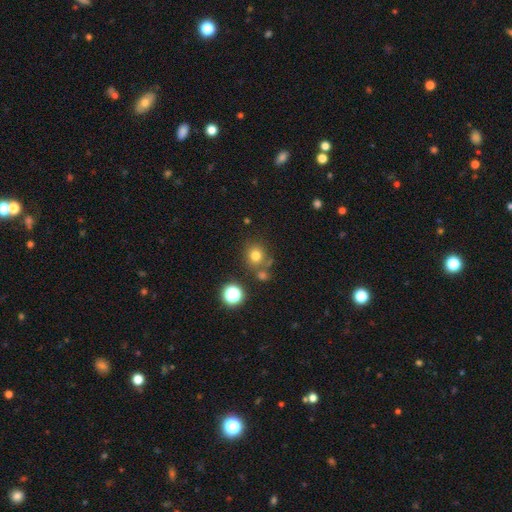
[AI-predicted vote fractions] Overall: smooth (74%). How rounded: round (84%). Merging: none (70%).